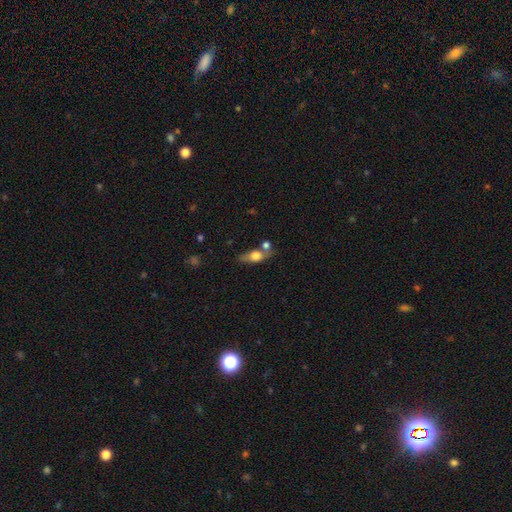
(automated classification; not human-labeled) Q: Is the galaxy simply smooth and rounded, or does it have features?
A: smooth — 63%.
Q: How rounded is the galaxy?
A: in between — 67%.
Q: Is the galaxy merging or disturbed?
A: none — 55%.